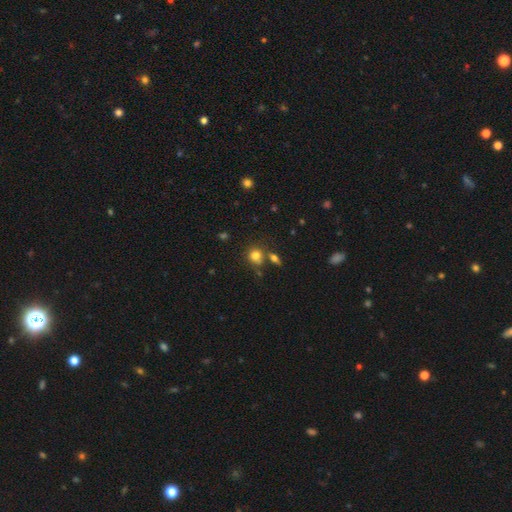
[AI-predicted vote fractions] This appears to be a smooth galaxy with no disk features (77%) that is round (80%). Merging: none (61%).